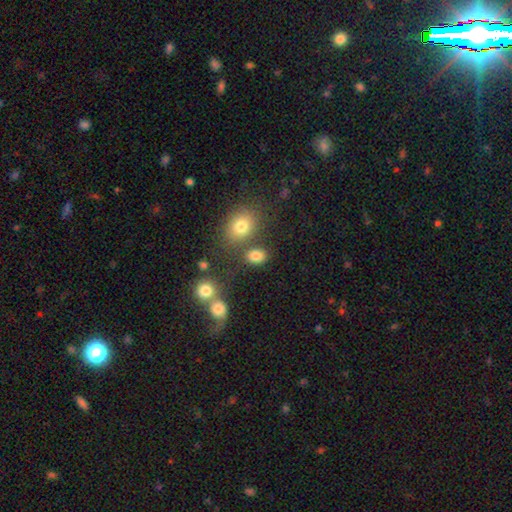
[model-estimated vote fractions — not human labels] Smooth or featured? smooth (81%)
How rounded? in between (64%)
Merging? none (72%)